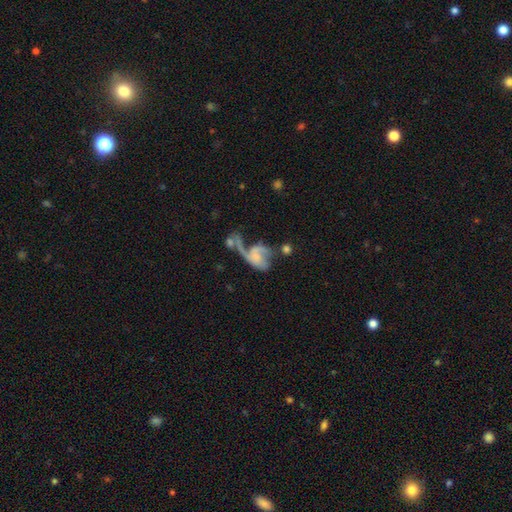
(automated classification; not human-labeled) featured or disk 66%, smooth 24%, star or artifact 9%. Down the decision tree: edge-on disk — no (97%); bar — no (69%); spiral arms — yes (80%); spiral arm count — 2 (51%); spiral winding — loose (55%); bulge size — none (42%); merging — major disturbance (38%).